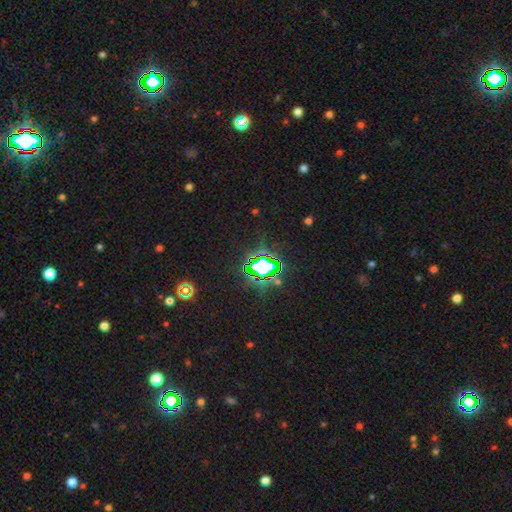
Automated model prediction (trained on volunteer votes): Morphology: type=star or artifact (80%).